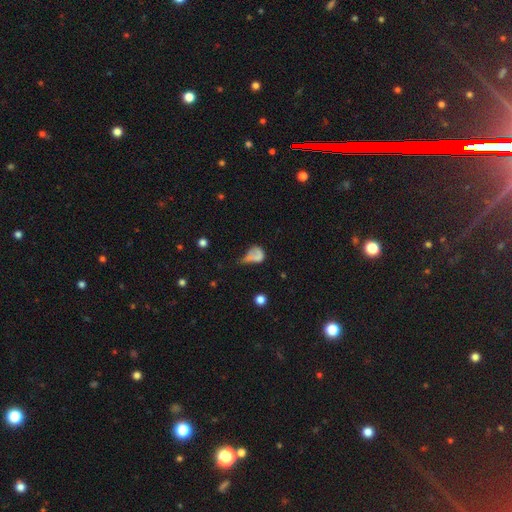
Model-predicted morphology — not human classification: The model was most divided on "merging": major disturbance: 41%, minor disturbance: 25%, none: 20%, merger: 13%. More confident: how rounded — in between (67%); smooth or featured — smooth (60%).